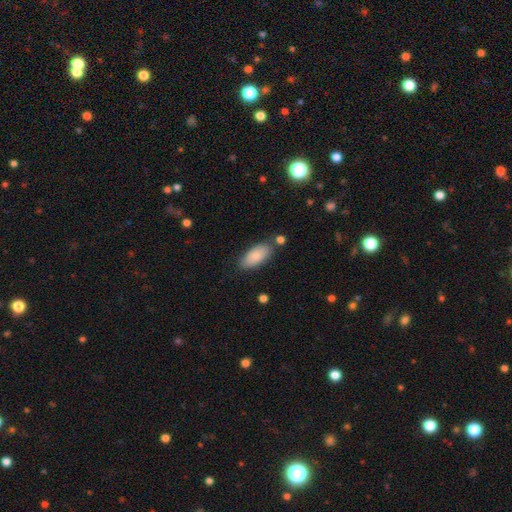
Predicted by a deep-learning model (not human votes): smooth 84%, featured or disk 10%, star or artifact 6%. Down the decision tree: how rounded — in between (90%); merging — none (76%).